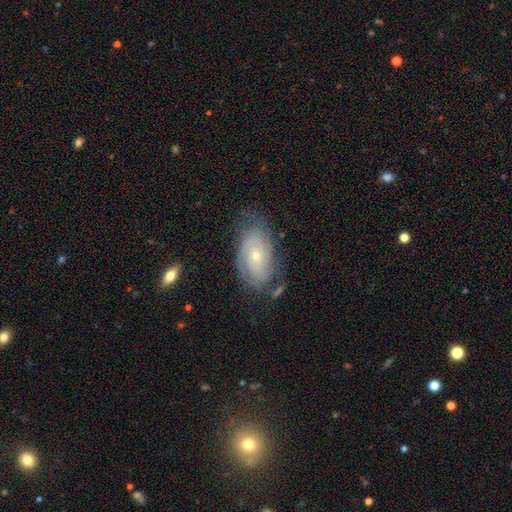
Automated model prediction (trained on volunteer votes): Q: Smooth or featured?
A: featured or disk (66%); runner-up: smooth (27%)
Q: Edge-on disk?
A: no (93%); runner-up: yes (7%)
Q: Bar?
A: no (78%); runner-up: weak (19%)
Q: Spiral arms?
A: yes (81%); runner-up: no (19%)
Q: Bulge size?
A: small (60%); runner-up: moderate (37%)
Q: Merging?
A: none (62%); runner-up: minor disturbance (24%)